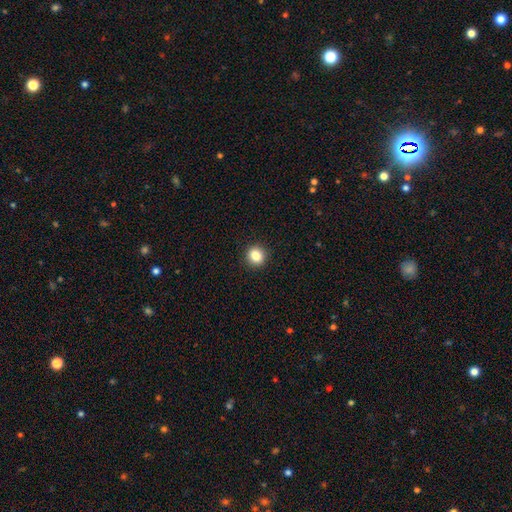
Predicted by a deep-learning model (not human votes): smooth_or_featured: smooth (p=0.84) [alt: star or artifact p=0.11]
how_rounded: round (p=0.90) [alt: in between p=0.09]
merging: none (p=0.93) [alt: minor disturbance p=0.05]